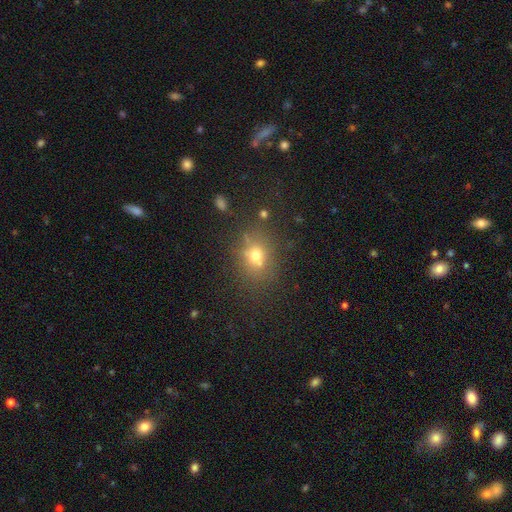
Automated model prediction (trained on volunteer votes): Smooth or featured: smooth — 66% (star or artifact — 19%)
How rounded: round — 59% (in between — 40%)
Merging: none — 68% (minor disturbance — 15%)